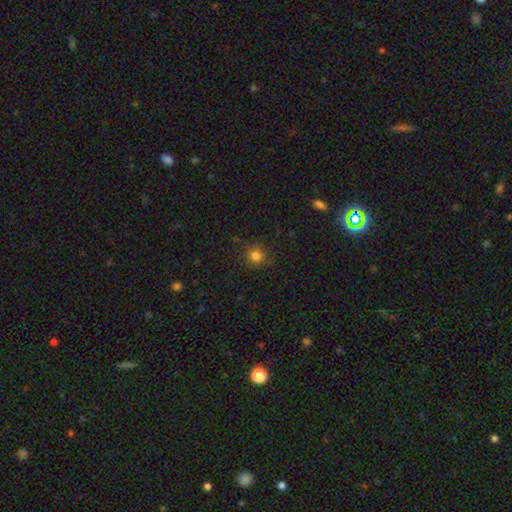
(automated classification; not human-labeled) Q: Smooth or featured?
A: smooth (80%); runner-up: star or artifact (14%)
Q: How rounded?
A: round (92%); runner-up: in between (7%)
Q: Merging?
A: none (86%); runner-up: minor disturbance (10%)